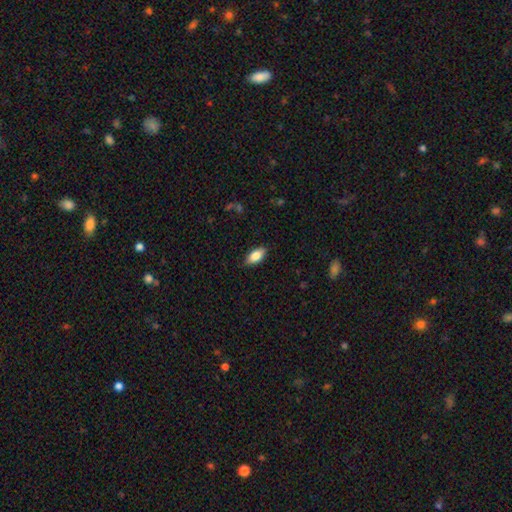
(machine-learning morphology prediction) Smooth or featured?
  - smooth: 81% *
  - featured or disk: 13%
  - star or artifact: 7%
How rounded?
  - in between: 88% *
  - cigar-shaped: 9%
  - round: 3%
Merging?
  - none: 86% *
  - minor disturbance: 11%
  - major disturbance: 2%
  - merger: 1%